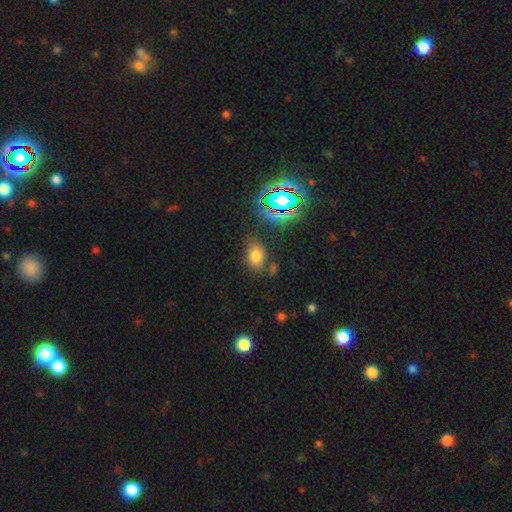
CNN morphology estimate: Overall: smooth (68%). How rounded: in between (79%). Merging: none (71%).